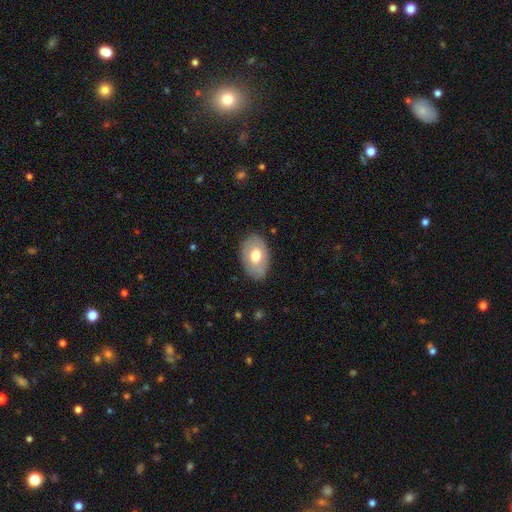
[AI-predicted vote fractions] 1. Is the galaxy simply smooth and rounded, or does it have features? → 66% smooth, 28% featured or disk, 6% star or artifact.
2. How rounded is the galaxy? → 88% in between, 10% round, 1% cigar-shaped.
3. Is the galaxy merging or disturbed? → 83% none, 12% minor disturbance, 3% major disturbance, 1% merger.